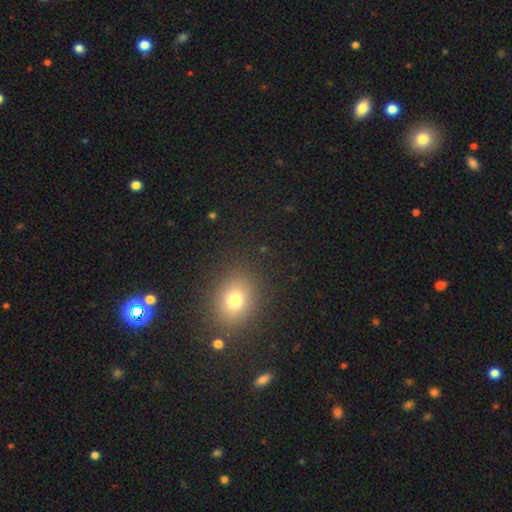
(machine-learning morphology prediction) Smooth or featured? Predicted: smooth (p=0.63). How rounded? Predicted: round (p=0.69). Merging? Predicted: none (p=0.89).